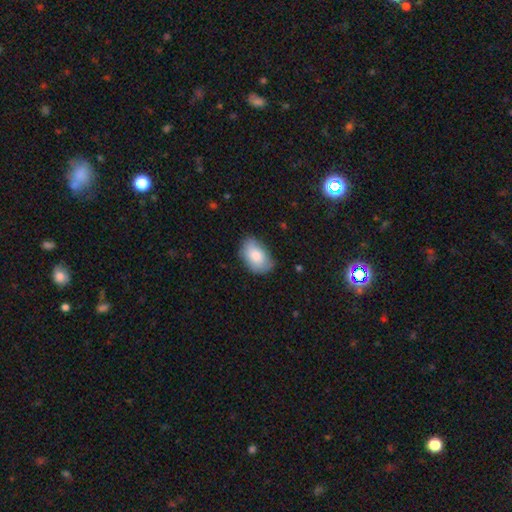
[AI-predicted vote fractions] Smooth or featured?
  - smooth: 83% *
  - featured or disk: 11%
  - star or artifact: 6%
How rounded?
  - in between: 90% *
  - round: 9%
  - cigar-shaped: 1%
Merging?
  - none: 70% *
  - minor disturbance: 24%
  - major disturbance: 5%
  - merger: 1%